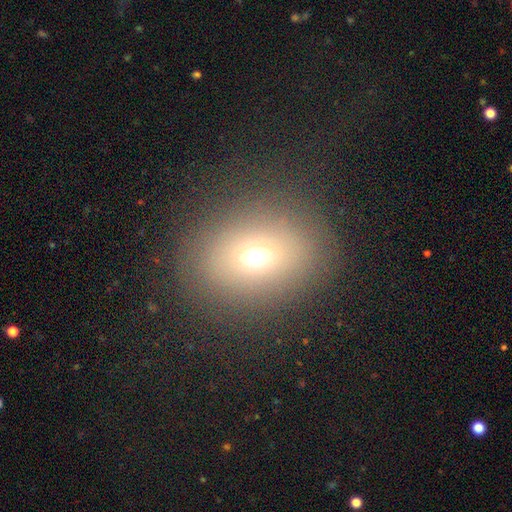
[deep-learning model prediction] Smooth or featured? Predicted: smooth (p=0.66). How rounded? Predicted: round (p=0.52). Merging? Predicted: none (p=0.83).